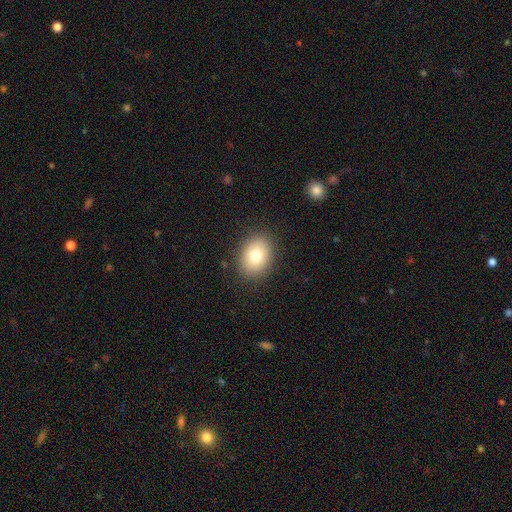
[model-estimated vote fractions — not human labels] Smooth or featured: smooth — 78% (featured or disk — 12%)
How rounded: in between — 59% (round — 40%)
Merging: none — 87% (minor disturbance — 9%)